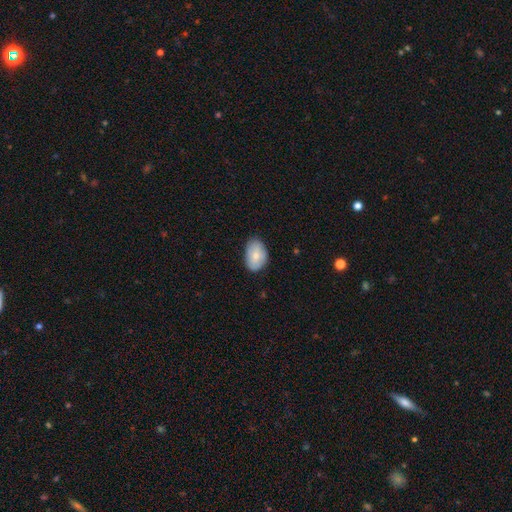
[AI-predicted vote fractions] Smooth or featured?
  - smooth: 76% *
  - featured or disk: 17%
  - star or artifact: 6%
How rounded?
  - in between: 87% *
  - round: 12%
  - cigar-shaped: 1%
Merging?
  - none: 78% *
  - minor disturbance: 18%
  - major disturbance: 3%
  - merger: 1%